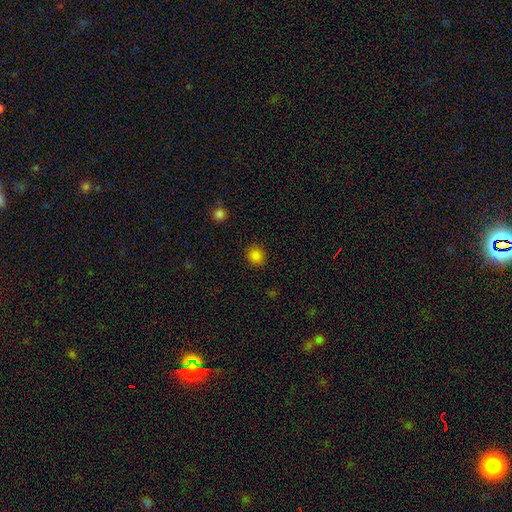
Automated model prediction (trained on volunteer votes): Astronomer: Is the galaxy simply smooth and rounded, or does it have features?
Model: smooth — 83%.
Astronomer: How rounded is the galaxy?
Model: round — 85%.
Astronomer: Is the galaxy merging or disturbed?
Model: none — 91%.